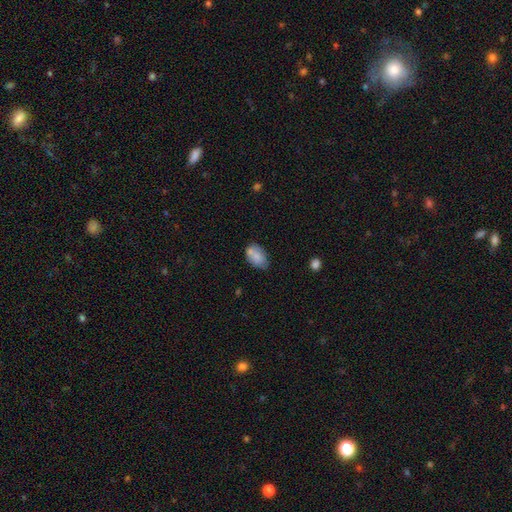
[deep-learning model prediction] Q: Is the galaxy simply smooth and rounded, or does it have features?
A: smooth — 79%.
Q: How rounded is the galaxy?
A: in between — 88%.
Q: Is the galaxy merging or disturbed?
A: none — 54%.